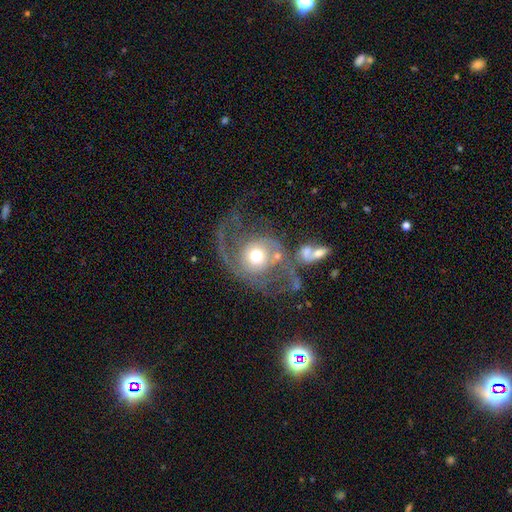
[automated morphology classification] A featured or disk galaxy (76%) with no bar (76%), 2 (75%) loose (47%) spiral arms (88%) and a moderate central bulge (66%). Merging: none (35%).